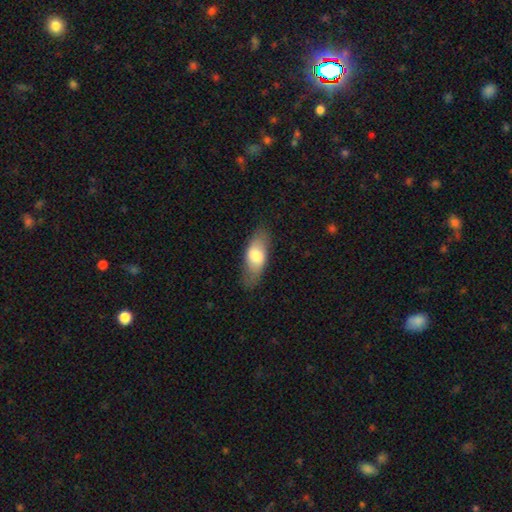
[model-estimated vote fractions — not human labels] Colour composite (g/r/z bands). It shows a smooth galaxy with no disk features (72%) that is in between round and cigar-shaped (80%). Merging: none (77%).